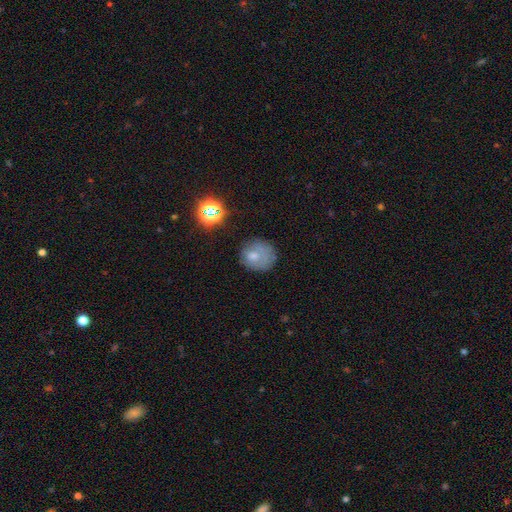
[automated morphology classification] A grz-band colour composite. It shows a smooth galaxy with no disk features (65%) that is round (75%). Merging: none (57%).